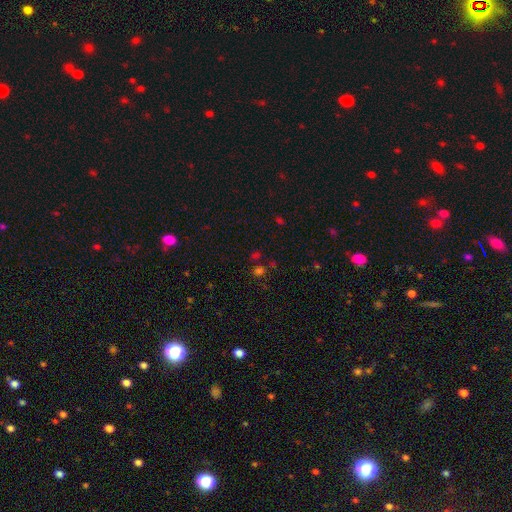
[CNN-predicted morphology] This is possibly a smooth galaxy (52%). How rounded: likely round (71%). Merging: likely none (68%).